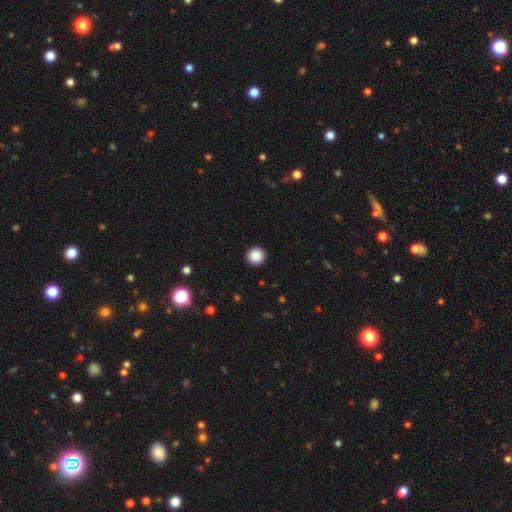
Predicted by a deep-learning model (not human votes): A smooth galaxy with no disk features (88%) that is round (95%). Merging: none (93%).